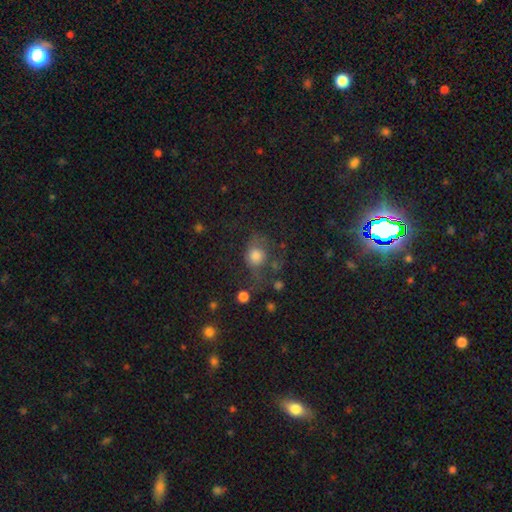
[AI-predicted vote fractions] Smooth or featured? smooth (71%)
How rounded? round (73%)
Merging? none (44%)